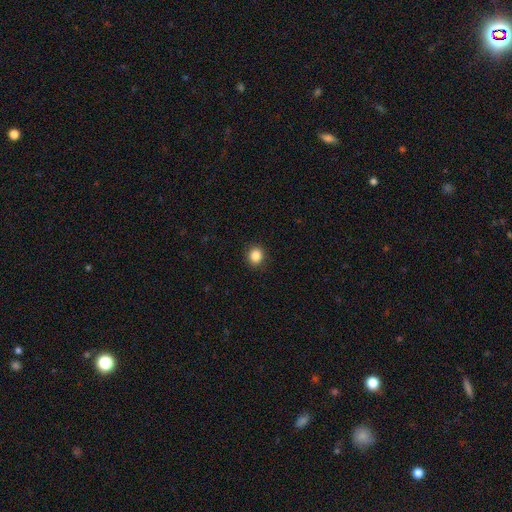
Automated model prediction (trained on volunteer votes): The model was most divided on "how rounded": round: 83%, in between: 16%, cigar-shaped: 1%. More confident: merging — none (91%); smooth or featured — smooth (86%).